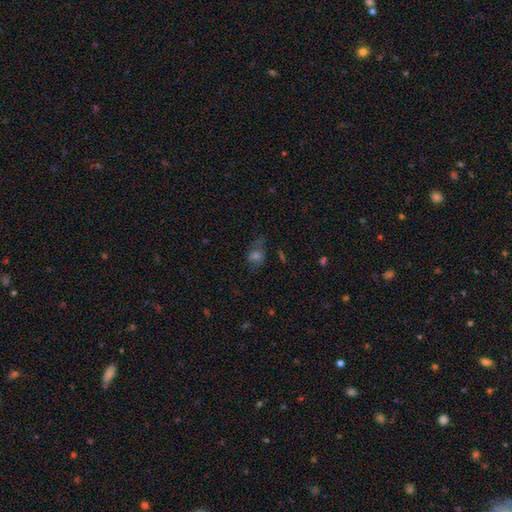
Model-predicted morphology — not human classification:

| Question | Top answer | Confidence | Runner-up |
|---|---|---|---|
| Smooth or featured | smooth | 46% | star or artifact (31%) |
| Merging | none | 53% | minor disturbance (23%) |